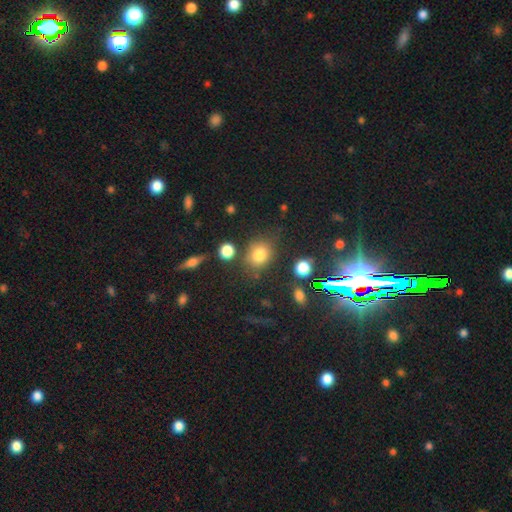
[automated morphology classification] This is possibly a star or artifact rather than a galaxy (51%).